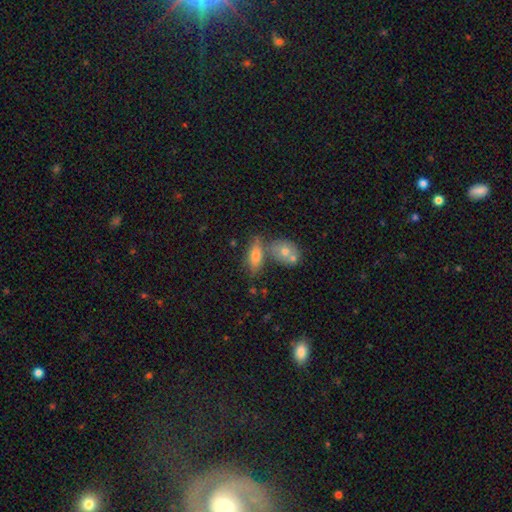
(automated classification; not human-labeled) This appears to be a smooth galaxy with no disk features (67%) that is in between round and cigar-shaped (73%). Merging: none (50%).